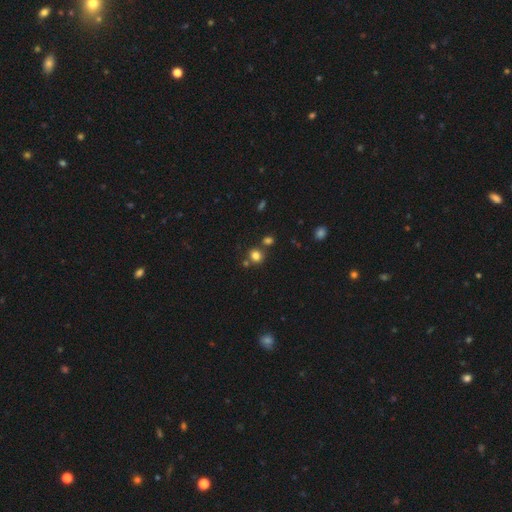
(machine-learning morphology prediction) smooth_or_featured: smooth (p=0.79) [alt: star or artifact p=0.15]
how_rounded: round (p=0.82) [alt: in between p=0.17]
merging: none (p=0.72) [alt: merger p=0.15]